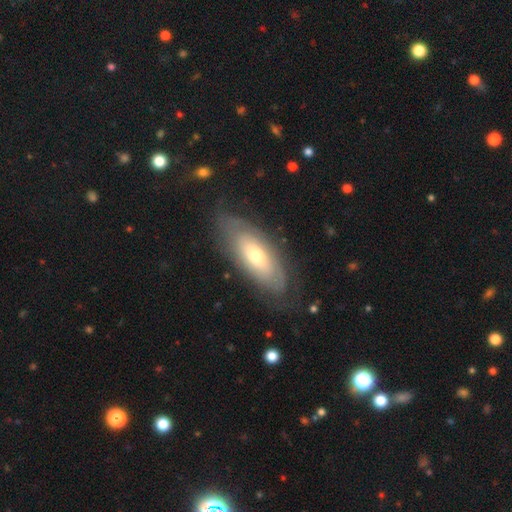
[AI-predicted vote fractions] A featured or disk galaxy (54%). Merging: none (74%).